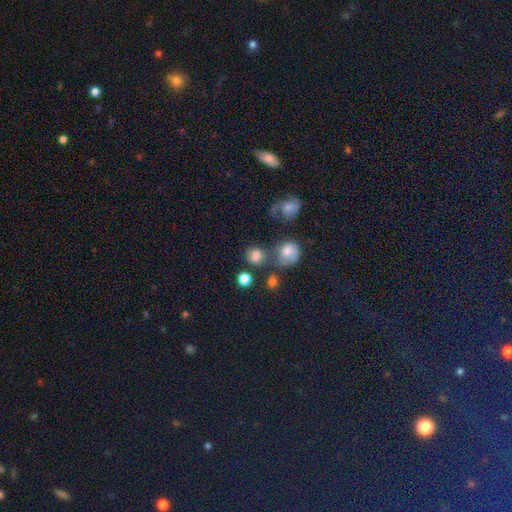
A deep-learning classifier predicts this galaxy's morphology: smooth 77%, star or artifact 13%, featured or disk 11%. Down the decision tree: how rounded — round (74%); merging — none (54%).